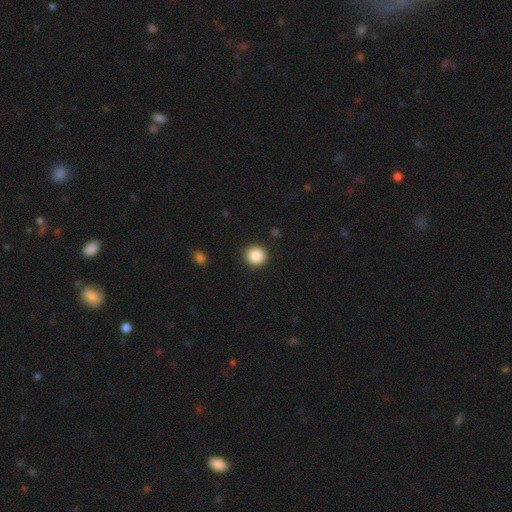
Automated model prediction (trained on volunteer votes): Overall: smooth (88%). How rounded: round (94%). Merging: none (92%).